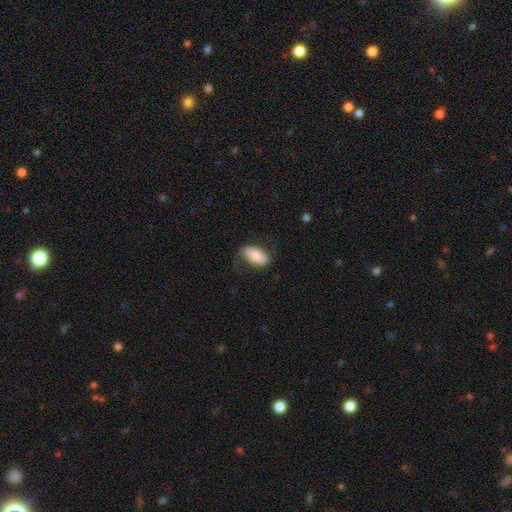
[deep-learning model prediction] Overall: smooth (60%; featured or disk 33%). How rounded: in between (91%). Merging: none (64%; minor disturbance 24%).